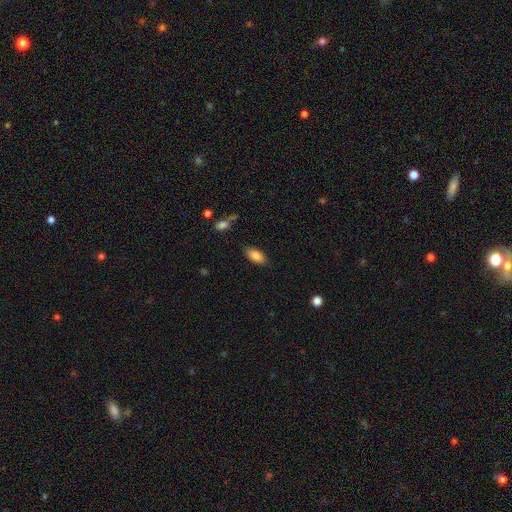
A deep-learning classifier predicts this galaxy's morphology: smooth-or-featured: smooth: 85% | featured or disk: 8% | star or artifact: 7%
  how-rounded: in between: 90% | cigar-shaped: 7% | round: 3%
  merging: none: 83% | minor disturbance: 12% | major disturbance: 3% | merger: 2%